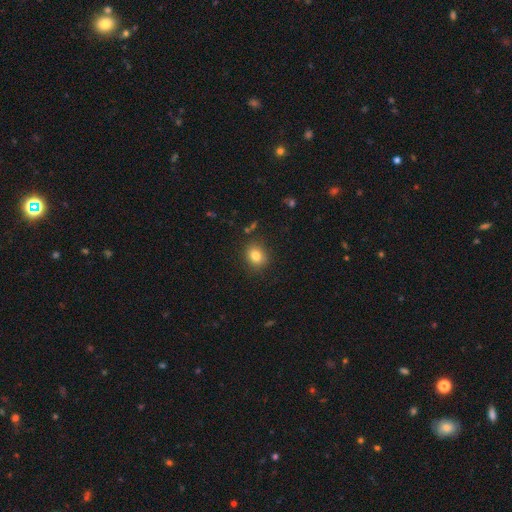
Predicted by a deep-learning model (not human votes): This is clearly a smooth galaxy (81%). How rounded: likely round (62%). Merging: clearly none (85%).